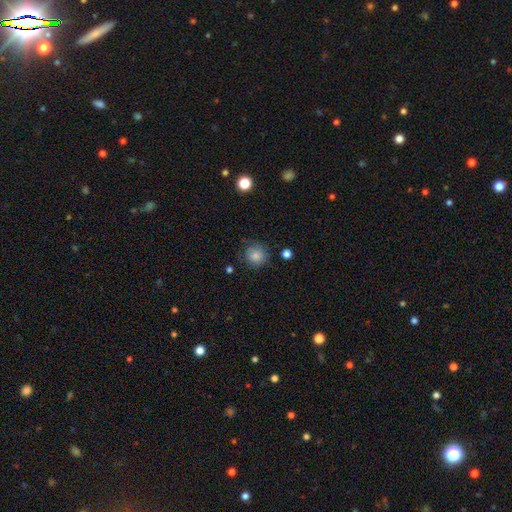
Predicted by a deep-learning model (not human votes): A smooth galaxy with no disk features (82%) that is round (91%). Merging: none (78%).